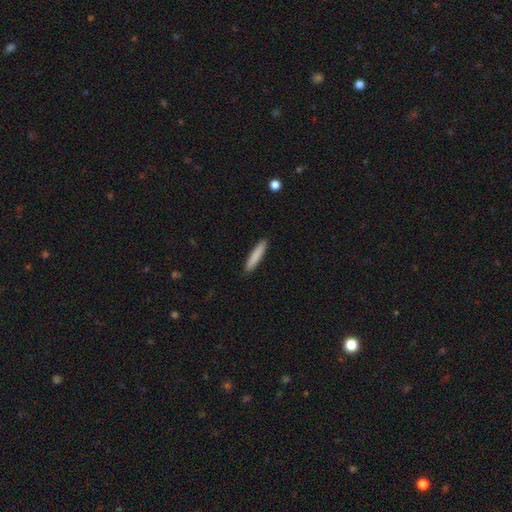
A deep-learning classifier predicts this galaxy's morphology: This appears to be a smooth galaxy with no disk features (84%) that is cigar-shaped (91%). Merging: none (91%).